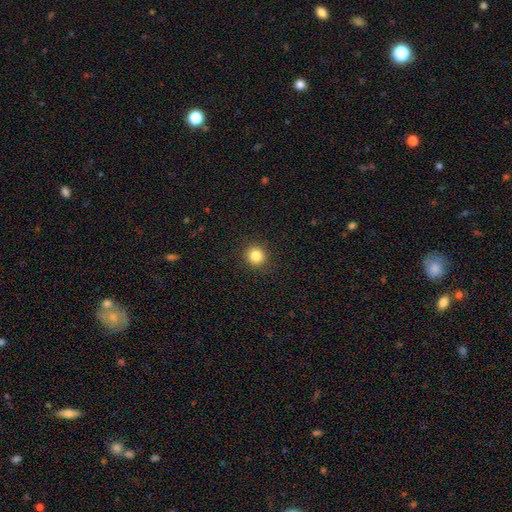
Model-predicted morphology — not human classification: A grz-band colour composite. It shows a smooth galaxy with no disk features (83%) that is round (93%). Merging: none (91%).